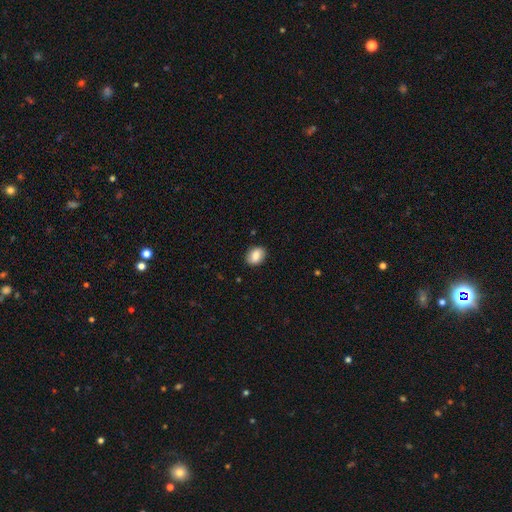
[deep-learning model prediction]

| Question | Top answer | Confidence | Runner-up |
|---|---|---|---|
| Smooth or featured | smooth | 81% | featured or disk (12%) |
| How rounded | in between | 70% | round (29%) |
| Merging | none | 87% | minor disturbance (10%) |